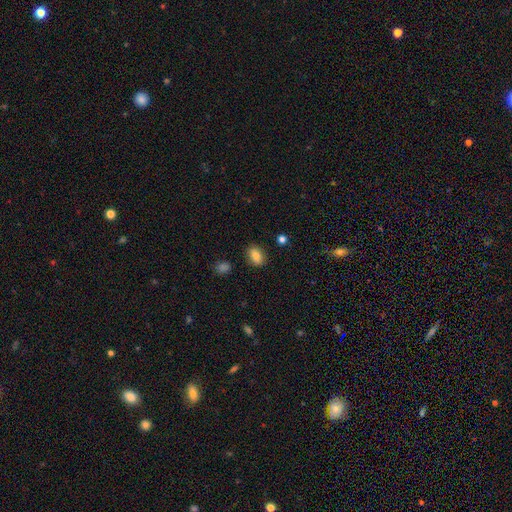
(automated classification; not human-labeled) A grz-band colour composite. It shows a smooth galaxy with no disk features (83%) that is in between round and cigar-shaped (79%). Merging: none (86%).